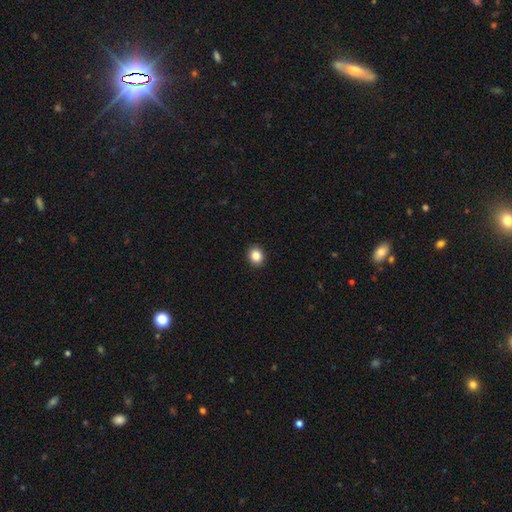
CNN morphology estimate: Overall: smooth (86%). How rounded: round (66%; in between 33%). Merging: none (92%).